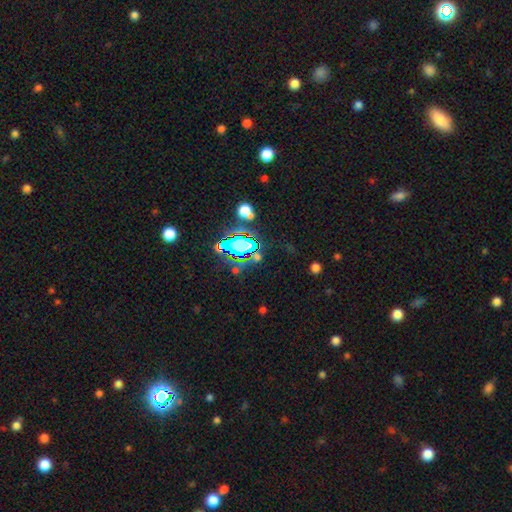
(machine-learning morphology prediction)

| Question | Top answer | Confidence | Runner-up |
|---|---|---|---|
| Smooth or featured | star or artifact | 70% | smooth (18%) |